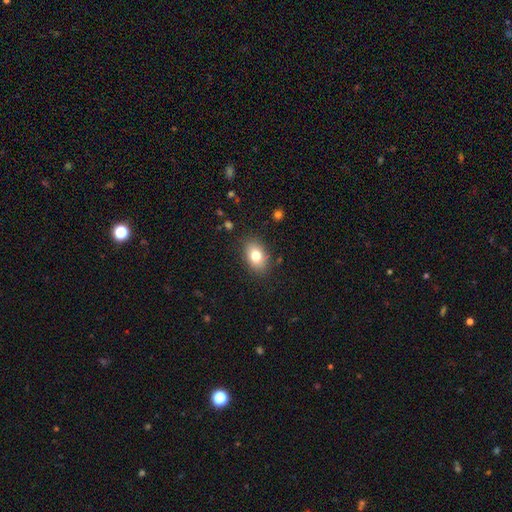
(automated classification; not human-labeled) Morphology: type=smooth (79%); roundness=in between (84%); merging=none (85%).